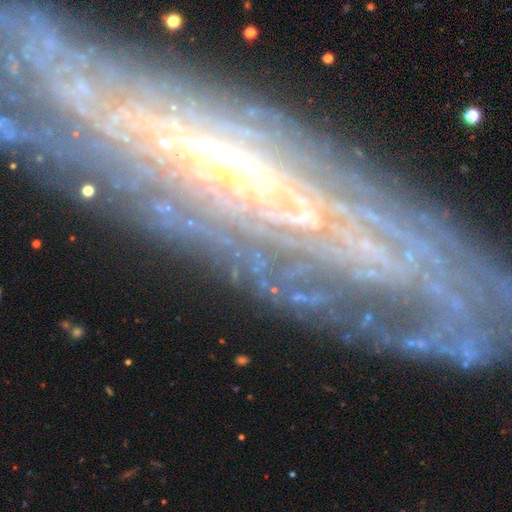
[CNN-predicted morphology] Smooth or featured? Predicted: featured or disk (p=0.69). Edge-on disk? Predicted: no (p=0.89). Bar? Predicted: no (p=0.44). Spiral arms? Predicted: yes (p=0.89). Spiral winding? Predicted: tight (p=0.78). Spiral arm count? Predicted: can't tell (p=0.35). Bulge size? Predicted: small (p=0.49). Merging? Predicted: none (p=0.71).